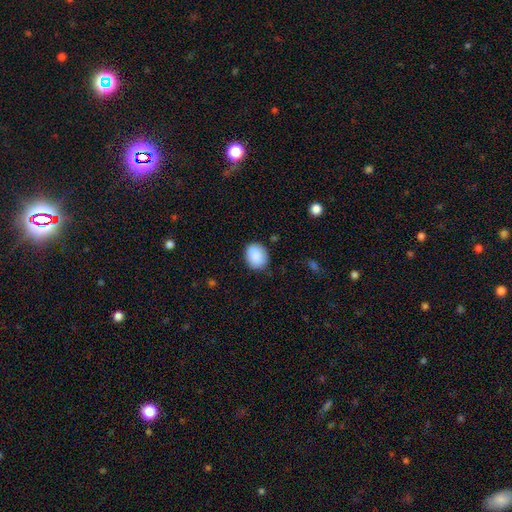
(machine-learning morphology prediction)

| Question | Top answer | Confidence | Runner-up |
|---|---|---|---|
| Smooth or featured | smooth | 87% | star or artifact (7%) |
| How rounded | round | 62% | in between (37%) |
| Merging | none | 83% | minor disturbance (13%) |